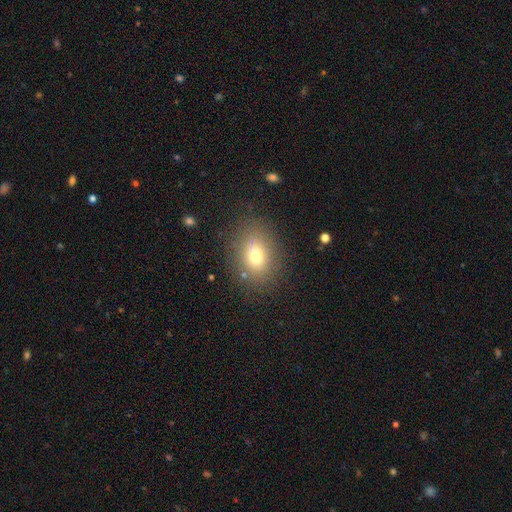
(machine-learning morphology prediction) This is likely a smooth galaxy (72%). How rounded: possibly in between (59%). Merging: clearly none (83%).